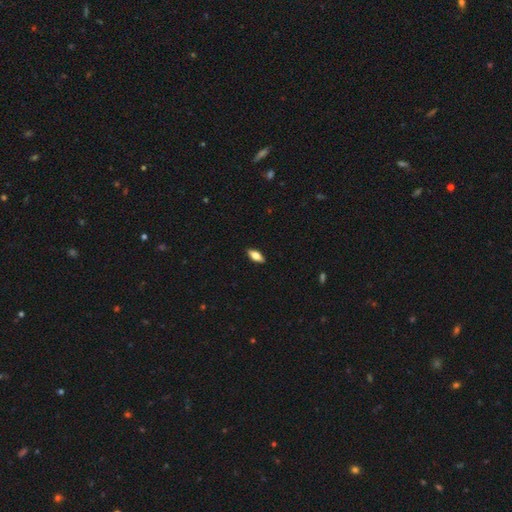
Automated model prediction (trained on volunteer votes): Smooth or featured?
  - smooth: 70% *
  - featured or disk: 23%
  - star or artifact: 7%
How rounded?
  - in between: 80% *
  - cigar-shaped: 17%
  - round: 3%
Merging?
  - none: 89% *
  - minor disturbance: 8%
  - major disturbance: 2%
  - merger: 1%